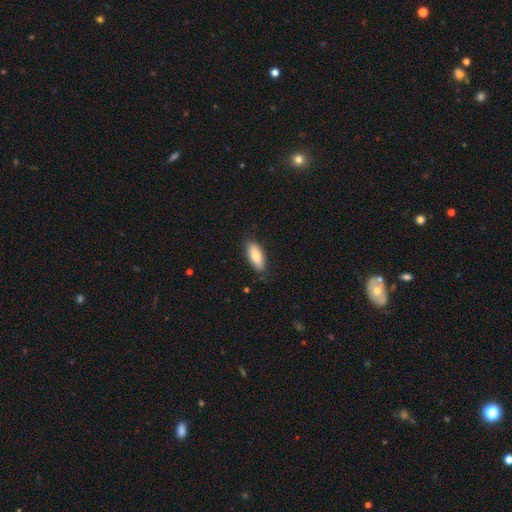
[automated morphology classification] Smooth or featured? Predicted: smooth (p=0.81). How rounded? Predicted: in between (p=0.79). Merging? Predicted: none (p=0.84).